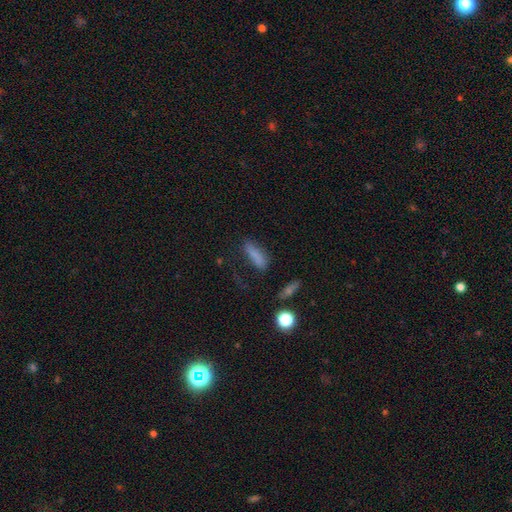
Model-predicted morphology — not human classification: smooth-or-featured: smooth: 76% | featured or disk: 13% | star or artifact: 12%
  how-rounded: cigar-shaped: 55% | in between: 42% | round: 4%
  merging: none: 56% | minor disturbance: 24% | major disturbance: 15% | merger: 5%